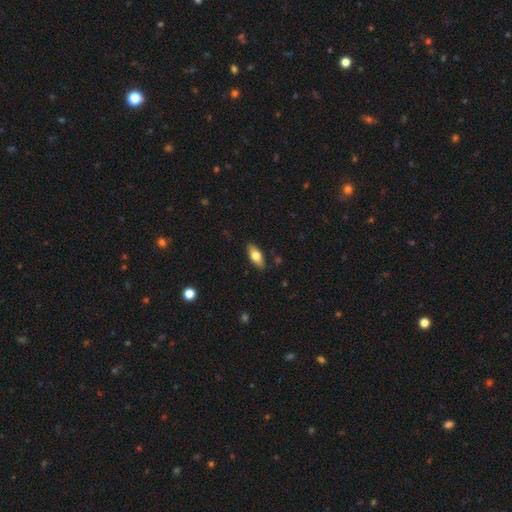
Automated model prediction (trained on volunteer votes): smooth-or-featured: smooth: 67% | featured or disk: 27% | star or artifact: 6%
  how-rounded: in between: 81% | cigar-shaped: 16% | round: 3%
  merging: none: 86% | minor disturbance: 10% | major disturbance: 2% | merger: 1%